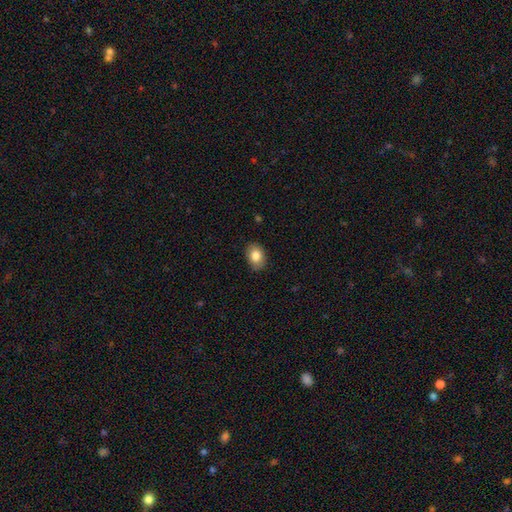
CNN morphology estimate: Smooth or featured? Predicted: smooth (p=0.85). How rounded? Predicted: in between (p=0.76). Merging? Predicted: none (p=0.85).